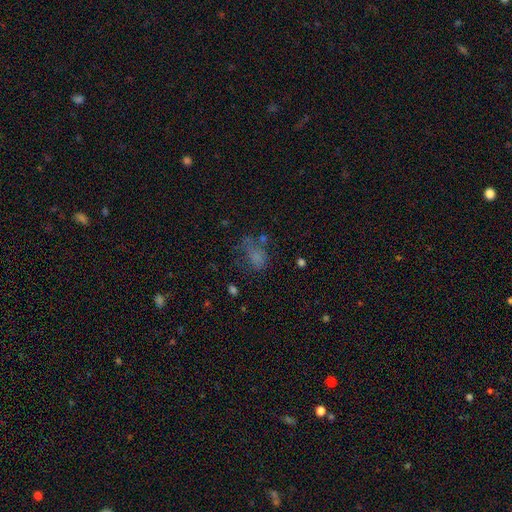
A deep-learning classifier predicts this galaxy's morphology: Smooth or featured? Predicted: smooth (p=0.61). How rounded? Predicted: in between (p=0.72). Merging? Predicted: none (p=0.38).